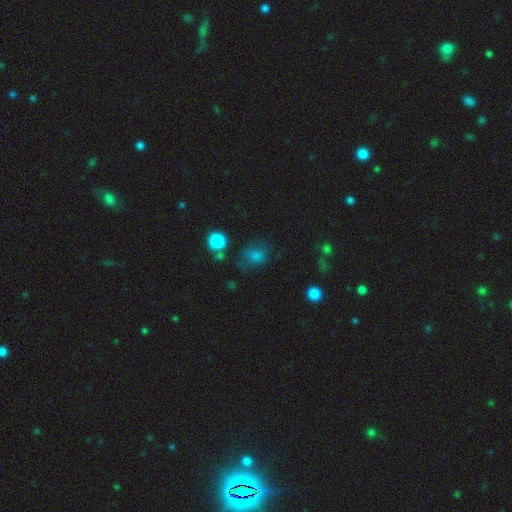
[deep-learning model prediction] The model was most divided on "how rounded": round: 52%, in between: 47%, cigar-shaped: 1%. Remaining: smooth or featured — smooth (68%); merging — none (48%).